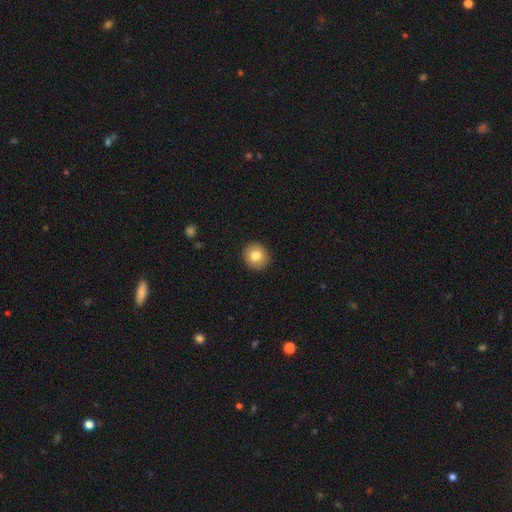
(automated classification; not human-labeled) smooth_or_featured: smooth (p=0.81) [alt: featured or disk p=0.11]
how_rounded: round (p=0.91) [alt: in between p=0.08]
merging: none (p=0.93) [alt: minor disturbance p=0.05]